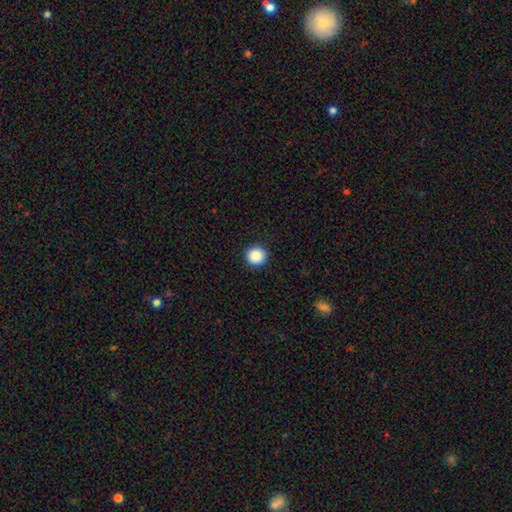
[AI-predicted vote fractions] A smooth galaxy with no disk features (88%) that is round (95%).

Vote fractions:
- Smooth or featured? smooth: 88% / star or artifact: 9% / featured or disk: 3%
- How rounded? round: 95% / in between: 4% / cigar-shaped: 1%
- Merging? none: 93% / minor disturbance: 4% / major disturbance: 2% / merger: 1%